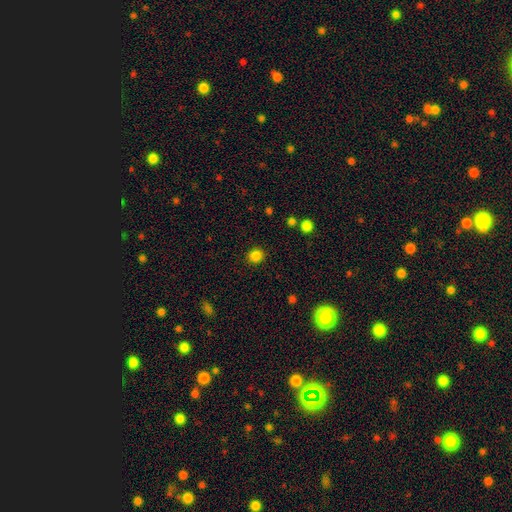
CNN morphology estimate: Smooth or featured?
  - smooth: 84% *
  - star or artifact: 12%
  - featured or disk: 4%
How rounded?
  - round: 87% *
  - in between: 13%
  - cigar-shaped: 1%
Merging?
  - none: 90% *
  - minor disturbance: 6%
  - major disturbance: 2%
  - merger: 1%